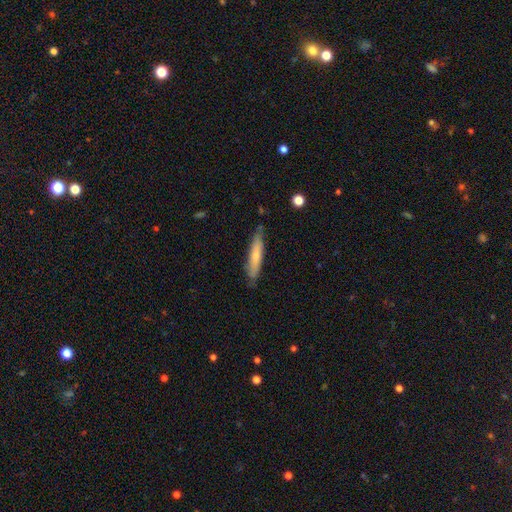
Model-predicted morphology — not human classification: type=smooth (66%); roundness=cigar-shaped (88%); merging=none (77%).